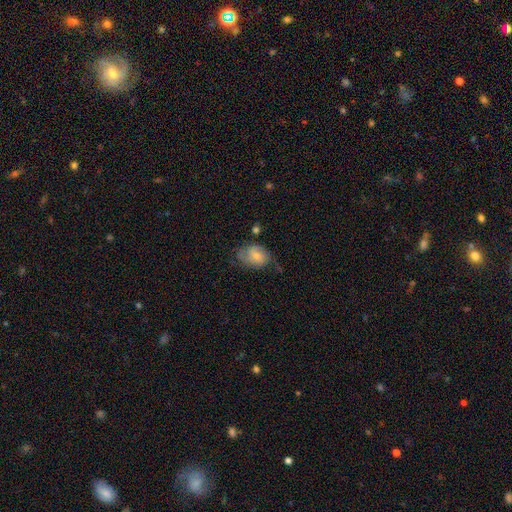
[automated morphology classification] Smooth or featured: smooth — 57% (featured or disk — 36%)
How rounded: in between — 69% (round — 30%)
Merging: none — 51% (minor disturbance — 32%)